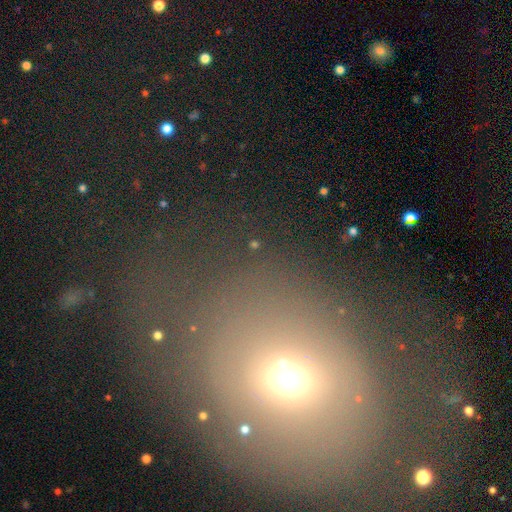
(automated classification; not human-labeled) This is possibly a smooth galaxy (55%). How rounded: possibly round (58%). Merging: possibly none (58%).